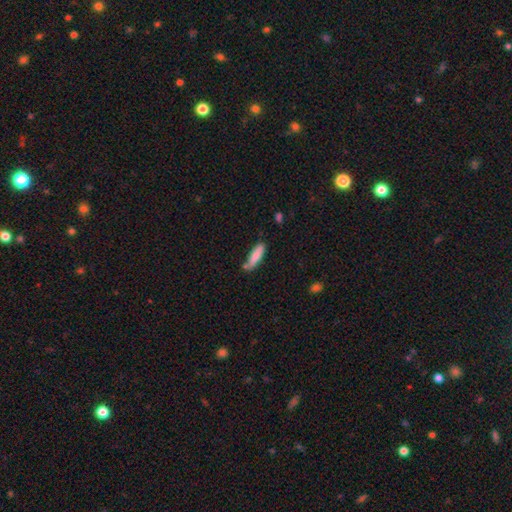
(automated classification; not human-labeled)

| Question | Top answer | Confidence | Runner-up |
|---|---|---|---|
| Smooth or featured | smooth | 81% | featured or disk (12%) |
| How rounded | cigar-shaped | 62% | in between (36%) |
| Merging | none | 67% | minor disturbance (21%) |